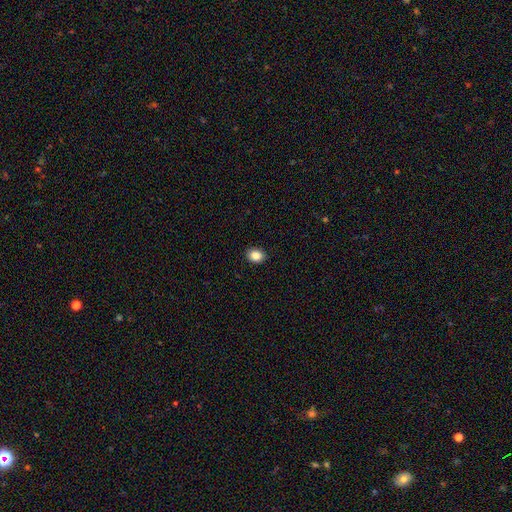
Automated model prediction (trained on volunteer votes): A smooth galaxy with no disk features (87%) that is in between round and cigar-shaped (53%).

Vote fractions:
- Smooth or featured? smooth: 87% / star or artifact: 9% / featured or disk: 4%
- How rounded? in between: 53% / round: 46% / cigar-shaped: 1%
- Merging? none: 91% / minor disturbance: 7% / major disturbance: 2% / merger: 1%